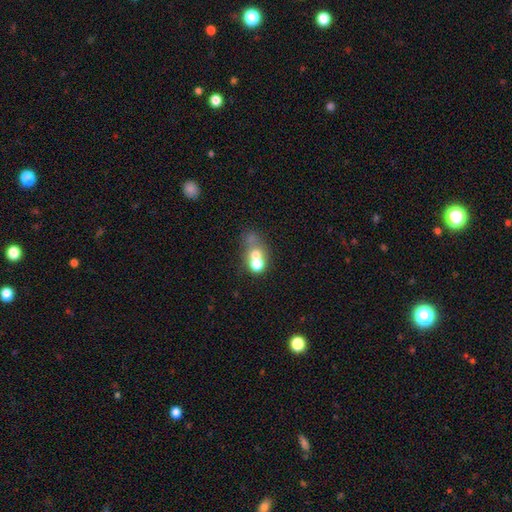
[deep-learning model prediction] Overall: smooth (60%; featured or disk 24%). How rounded: round (64%; in between 35%). Merging: merger (58%; none 28%).